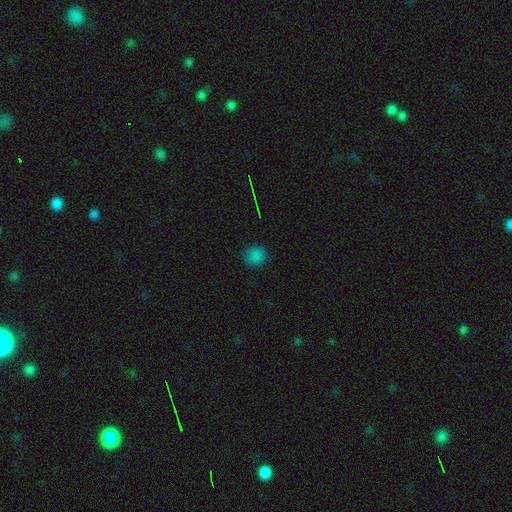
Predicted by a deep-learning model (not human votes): Smooth or featured? smooth (82%)
How rounded? round (87%)
Merging? none (89%)